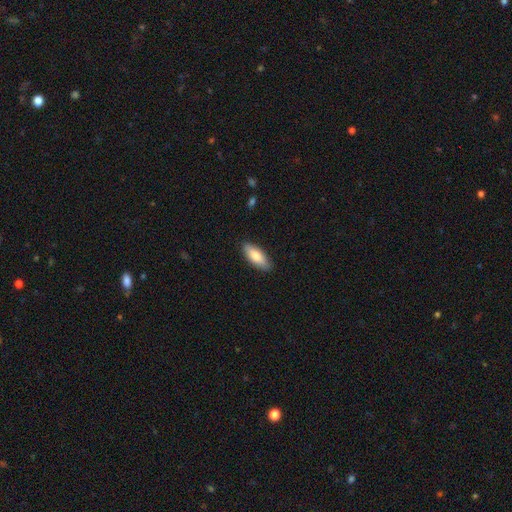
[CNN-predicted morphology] A smooth galaxy with no disk features (80%) that is in between round and cigar-shaped (77%). Merging: none (88%).